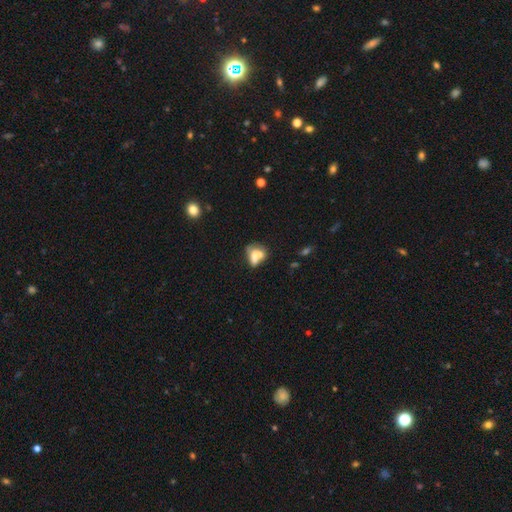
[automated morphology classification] Smooth or featured?
  - smooth: 58% *
  - featured or disk: 31%
  - star or artifact: 11%
How rounded?
  - in between: 63% *
  - round: 34%
  - cigar-shaped: 3%
Merging?
  - merger: 56% *
  - none: 22%
  - minor disturbance: 11%
  - major disturbance: 10%